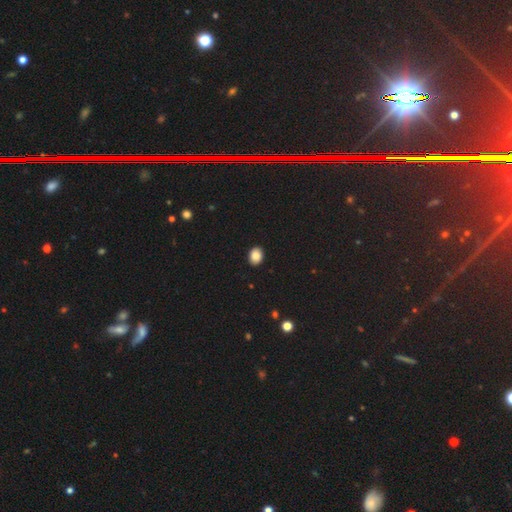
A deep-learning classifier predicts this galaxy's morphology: This appears to be a smooth galaxy with no disk features (88%) that is in between round and cigar-shaped (51%). Merging: none (91%).